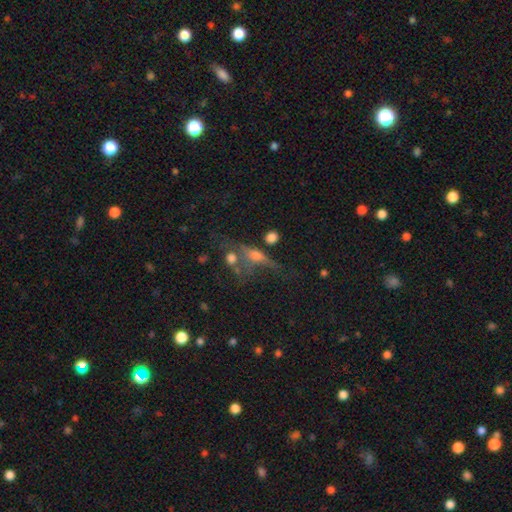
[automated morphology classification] type=featured or disk (43%); merging=none (41%).